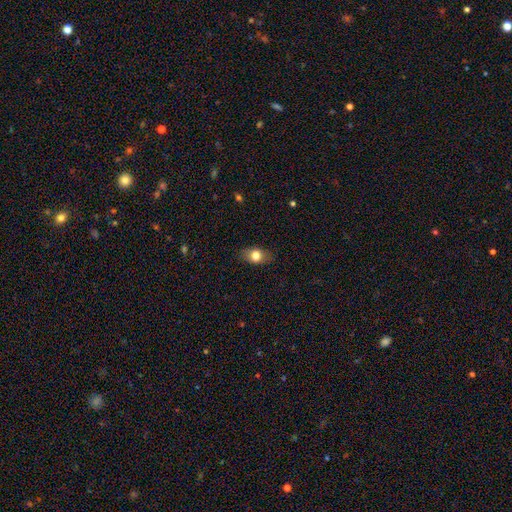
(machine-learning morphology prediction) A smooth galaxy with no disk features (76%) that is in between round and cigar-shaped (76%). Merging: none (84%).